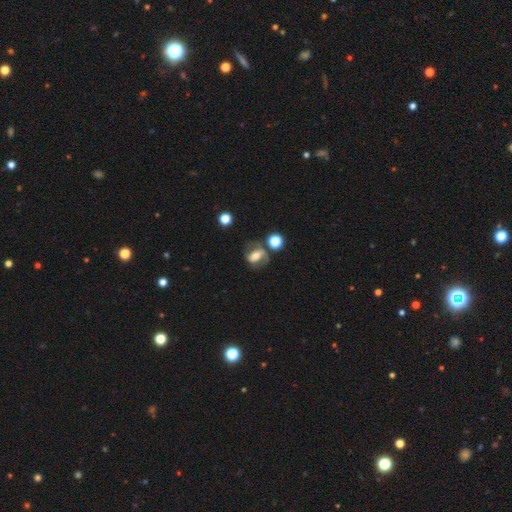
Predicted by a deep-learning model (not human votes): Morphology: type=featured or disk (52%); edge-on=no (92%); merging=none (57%).